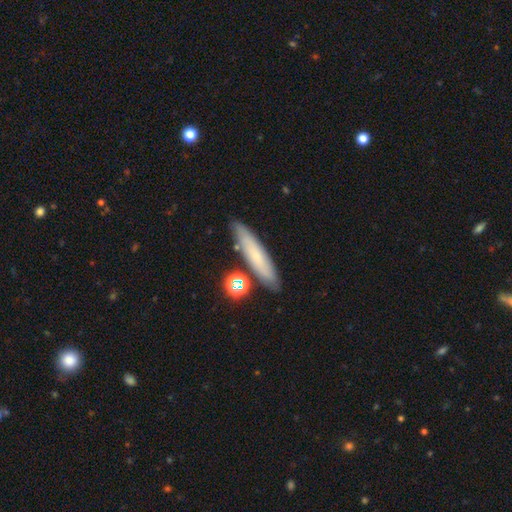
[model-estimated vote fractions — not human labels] Q: Smooth or featured?
A: smooth (58%); runner-up: featured or disk (33%)
Q: How rounded?
A: cigar-shaped (84%); runner-up: in between (14%)
Q: Merging?
A: none (81%); runner-up: minor disturbance (12%)